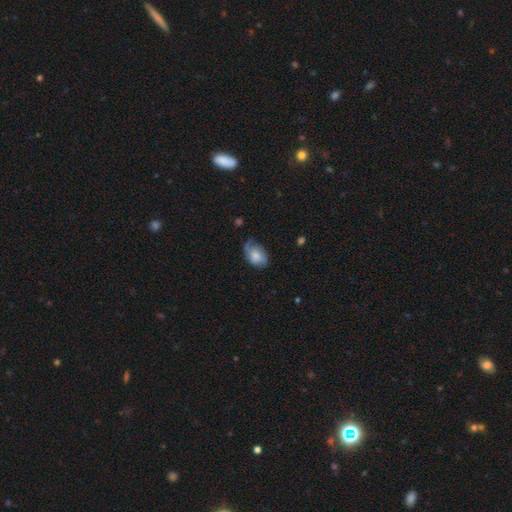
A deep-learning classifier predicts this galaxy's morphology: A smooth galaxy with no disk features (60%) that is in between round and cigar-shaped (83%).

Vote fractions:
- Smooth or featured? smooth: 60% / featured or disk: 32% / star or artifact: 8%
- How rounded? in between: 83% / round: 16% / cigar-shaped: 1%
- Merging? none: 46% / minor disturbance: 36% / major disturbance: 17% / merger: 2%